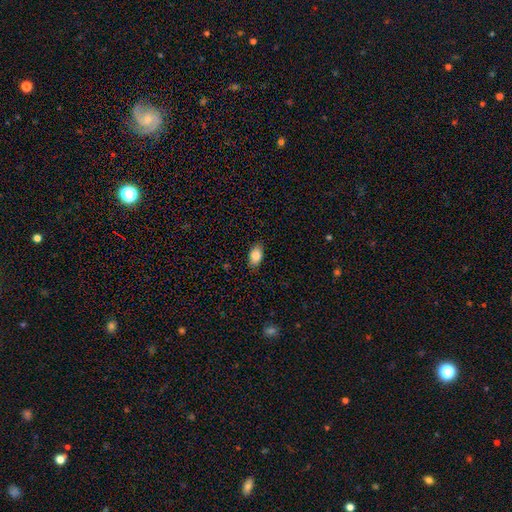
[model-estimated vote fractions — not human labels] Smooth or featured?
  - smooth: 87% *
  - star or artifact: 8%
  - featured or disk: 5%
How rounded?
  - in between: 90% *
  - round: 8%
  - cigar-shaped: 2%
Merging?
  - none: 85% *
  - minor disturbance: 12%
  - major disturbance: 2%
  - merger: 1%